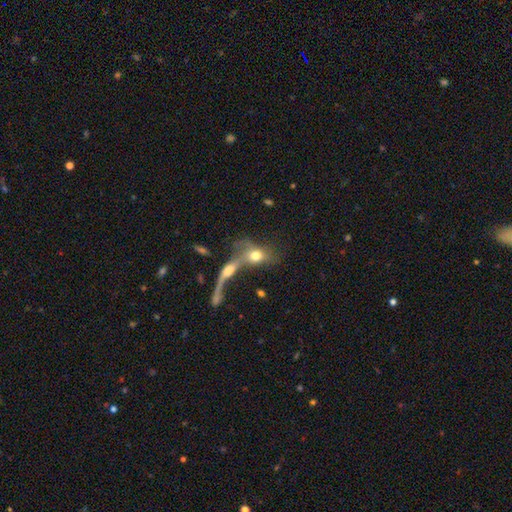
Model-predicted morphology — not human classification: A smooth galaxy with no disk features (58%) that is in between round and cigar-shaped (65%).

Vote fractions:
- Smooth or featured? smooth: 58% / featured or disk: 31% / star or artifact: 11%
- How rounded? in between: 65% / round: 27% / cigar-shaped: 8%
- Merging? merger: 65% / none: 16% / major disturbance: 13% / minor disturbance: 6%